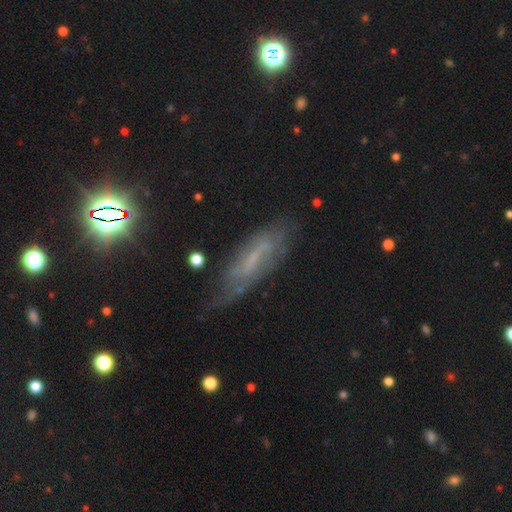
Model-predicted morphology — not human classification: Smooth or featured: featured or disk — 57% (smooth — 26%)
Edge-on disk: no — 70% (yes — 30%)
Merging: none — 64% (minor disturbance — 23%)